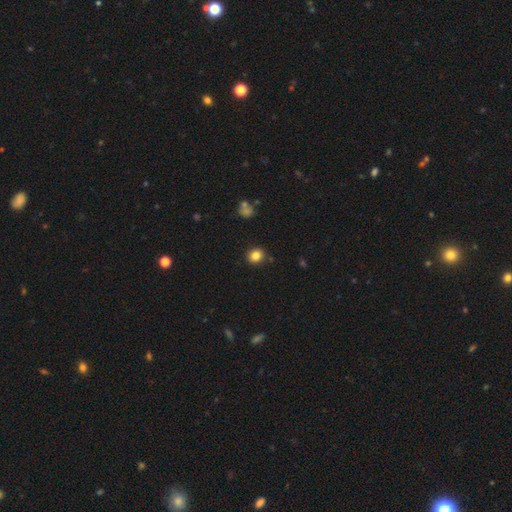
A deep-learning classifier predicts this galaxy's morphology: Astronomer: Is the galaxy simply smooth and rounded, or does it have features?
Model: smooth — 83%.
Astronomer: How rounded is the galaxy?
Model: round — 79%.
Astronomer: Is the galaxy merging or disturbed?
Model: none — 89%.